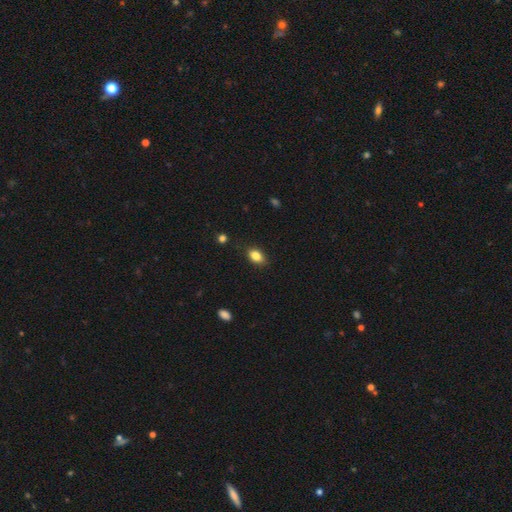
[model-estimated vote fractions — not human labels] Q: Smooth or featured?
A: smooth (85%); runner-up: star or artifact (9%)
Q: How rounded?
A: in between (83%); runner-up: round (15%)
Q: Merging?
A: none (86%); runner-up: minor disturbance (11%)